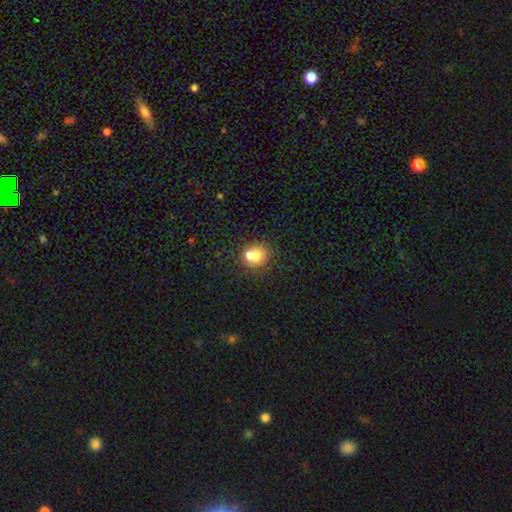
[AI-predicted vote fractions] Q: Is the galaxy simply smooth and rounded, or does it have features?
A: smooth — 69%.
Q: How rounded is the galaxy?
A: round — 74%.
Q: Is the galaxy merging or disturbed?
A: none — 45%.